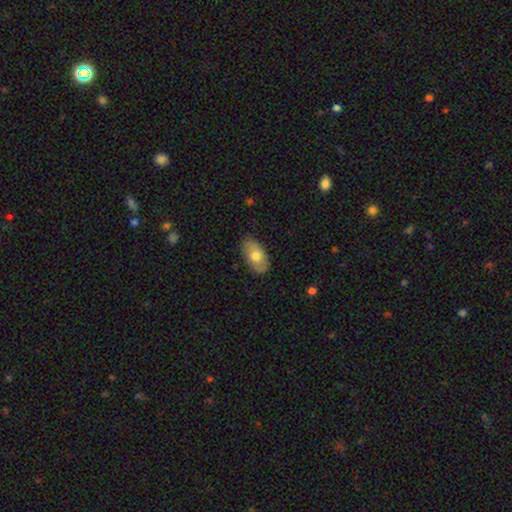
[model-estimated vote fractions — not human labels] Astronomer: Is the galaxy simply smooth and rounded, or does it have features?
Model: smooth — 70%.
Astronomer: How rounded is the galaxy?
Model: in between — 93%.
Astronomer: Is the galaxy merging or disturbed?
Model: none — 81%.